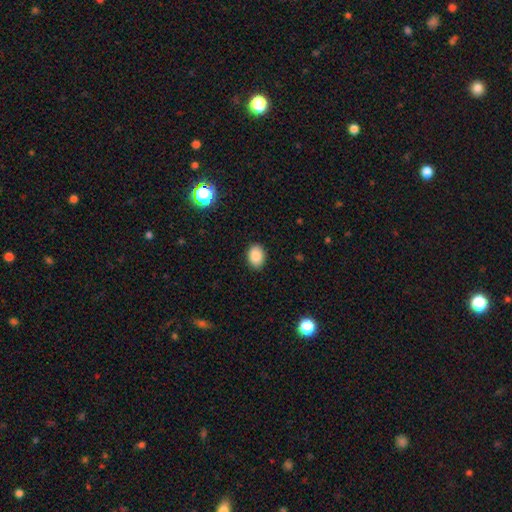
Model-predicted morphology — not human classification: The model was most divided on "how rounded": in between: 72%, round: 27%, cigar-shaped: 1%. More confident: merging — none (89%); smooth or featured — smooth (87%).